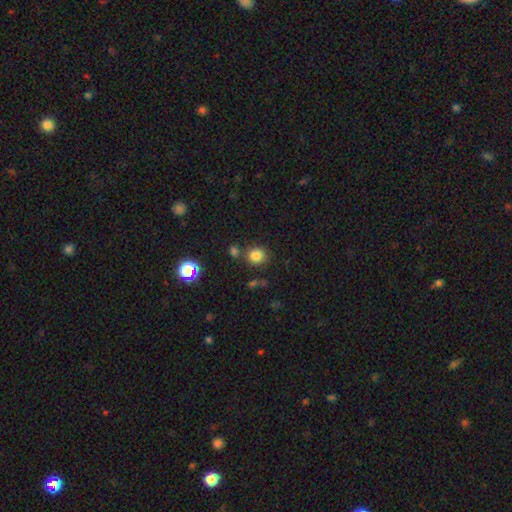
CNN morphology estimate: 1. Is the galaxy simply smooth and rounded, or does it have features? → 80% smooth, 14% star or artifact, 5% featured or disk.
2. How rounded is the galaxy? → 80% round, 19% in between, 1% cigar-shaped.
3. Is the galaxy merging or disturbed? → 75% none, 11% merger, 10% minor disturbance, 4% major disturbance.